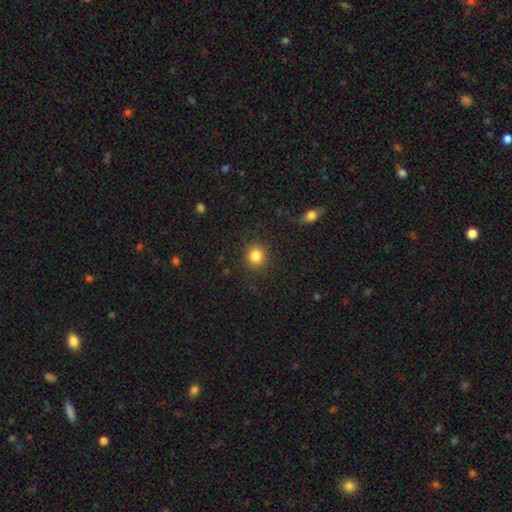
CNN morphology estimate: Overall: smooth (85%). How rounded: round (85%). Merging: none (86%).